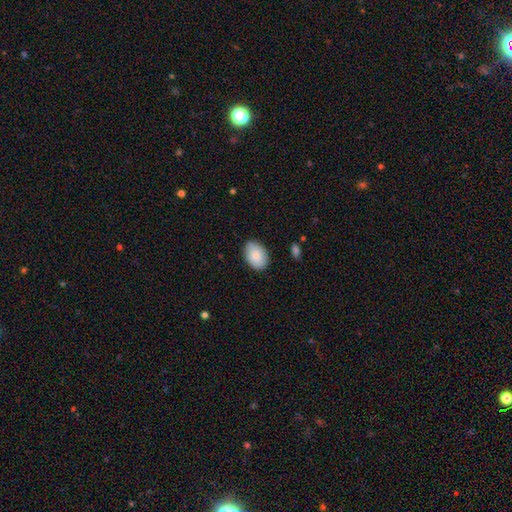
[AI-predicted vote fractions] smooth-or-featured: smooth: 86% | featured or disk: 7% | star or artifact: 6%
  how-rounded: in between: 86% | round: 13% | cigar-shaped: 1%
  merging: none: 84% | minor disturbance: 13% | major disturbance: 2% | merger: 1%